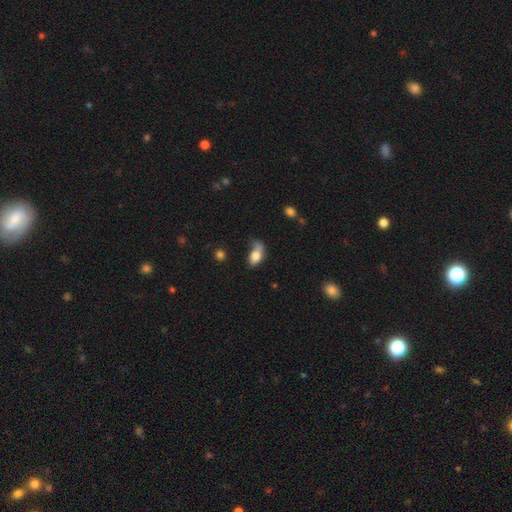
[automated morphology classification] smooth 73%, featured or disk 18%, star or artifact 8%. Down the decision tree: how rounded — in between (85%); merging — minor disturbance (32%).